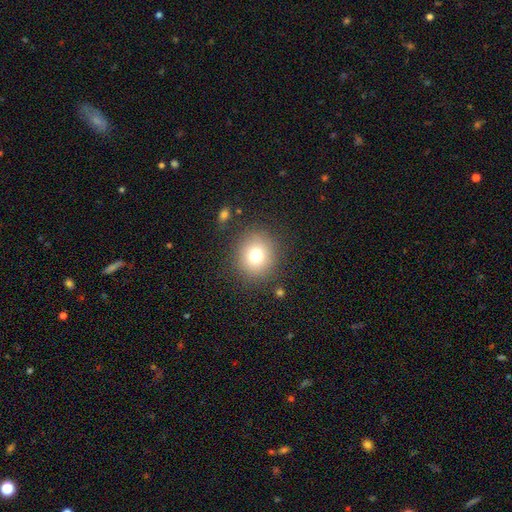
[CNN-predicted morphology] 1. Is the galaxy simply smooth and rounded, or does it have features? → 75% smooth, 13% star or artifact, 11% featured or disk.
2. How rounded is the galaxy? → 85% round, 14% in between, 1% cigar-shaped.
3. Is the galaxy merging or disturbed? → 85% none, 8% minor disturbance, 4% major disturbance, 2% merger.